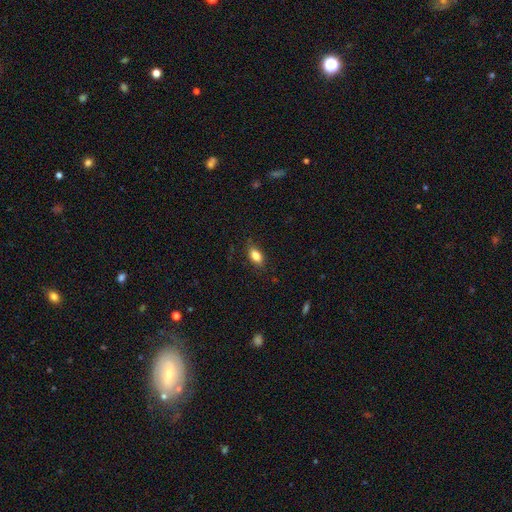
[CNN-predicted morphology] smooth_or_featured: smooth (p=0.83) [alt: featured or disk p=0.09]
how_rounded: in between (p=0.86) [alt: round p=0.08]
merging: none (p=0.81) [alt: minor disturbance p=0.15]